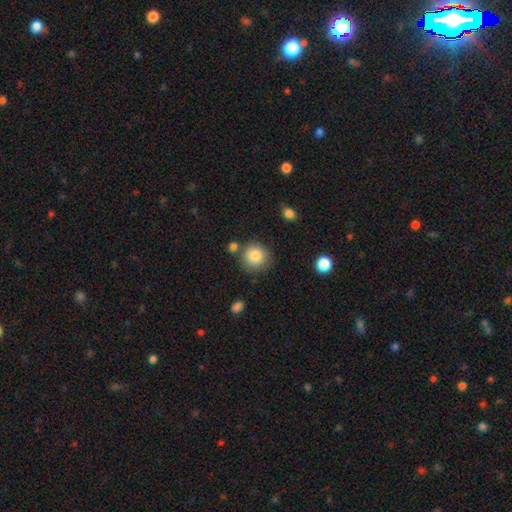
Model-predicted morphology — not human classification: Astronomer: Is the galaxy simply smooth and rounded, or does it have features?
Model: smooth — 85%.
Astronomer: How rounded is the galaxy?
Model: round — 91%.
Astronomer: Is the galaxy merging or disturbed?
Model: none — 77%.